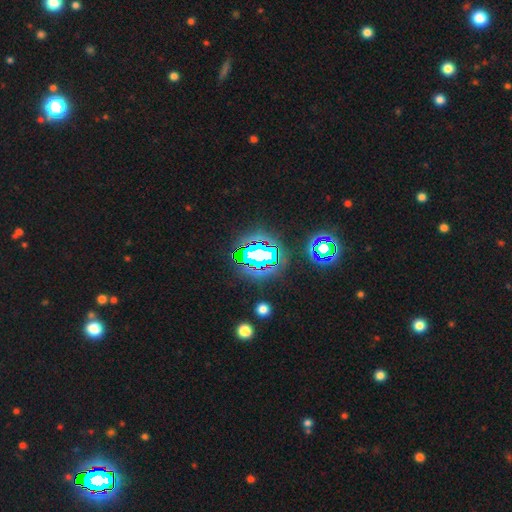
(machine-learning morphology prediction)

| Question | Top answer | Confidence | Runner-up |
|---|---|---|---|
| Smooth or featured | star or artifact | 67% | smooth (17%) |